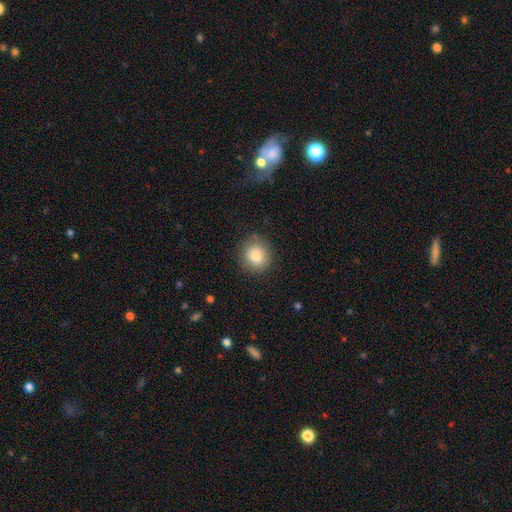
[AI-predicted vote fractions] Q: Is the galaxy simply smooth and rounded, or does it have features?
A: smooth — 82%.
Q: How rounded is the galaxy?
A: round — 85%.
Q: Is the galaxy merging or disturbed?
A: none — 86%.